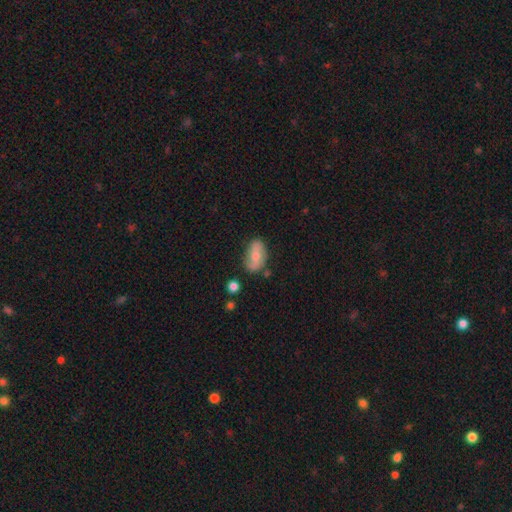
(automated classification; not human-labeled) The model was most divided on "smooth or featured": smooth: 51%, featured or disk: 42%, star or artifact: 7%. More confident: how rounded — in between (89%); merging — none (68%).